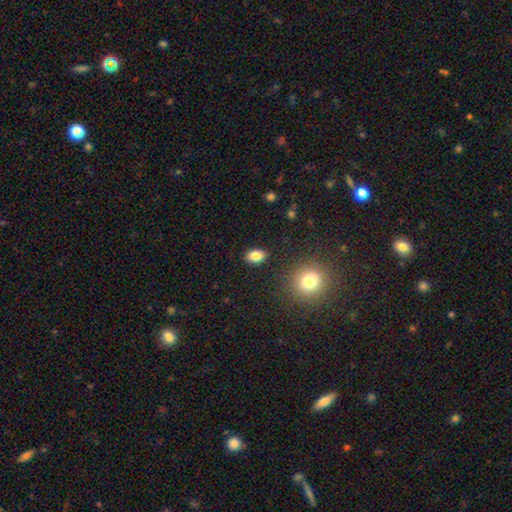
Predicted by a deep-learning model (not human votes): Q: Smooth or featured?
A: smooth (84%); runner-up: star or artifact (9%)
Q: How rounded?
A: in between (84%); runner-up: round (14%)
Q: Merging?
A: none (88%); runner-up: minor disturbance (8%)